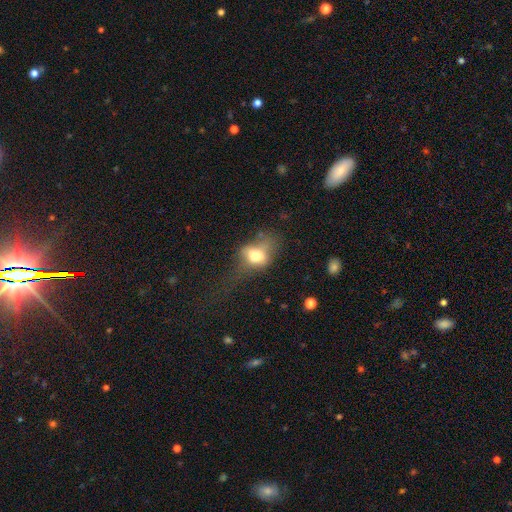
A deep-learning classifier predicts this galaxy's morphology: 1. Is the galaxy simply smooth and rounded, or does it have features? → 67% smooth, 22% featured or disk, 10% star or artifact.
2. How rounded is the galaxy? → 71% in between, 26% round, 2% cigar-shaped.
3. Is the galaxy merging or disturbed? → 44% major disturbance, 25% none, 25% minor disturbance, 6% merger.